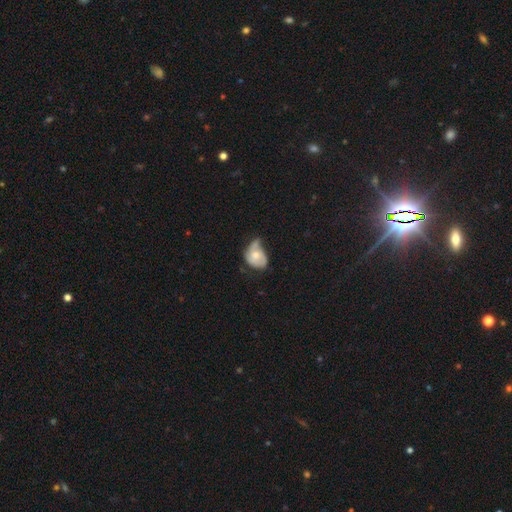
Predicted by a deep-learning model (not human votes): smooth 48%, featured or disk 45%, star or artifact 7%. Down the decision tree: merging — minor disturbance (40%).